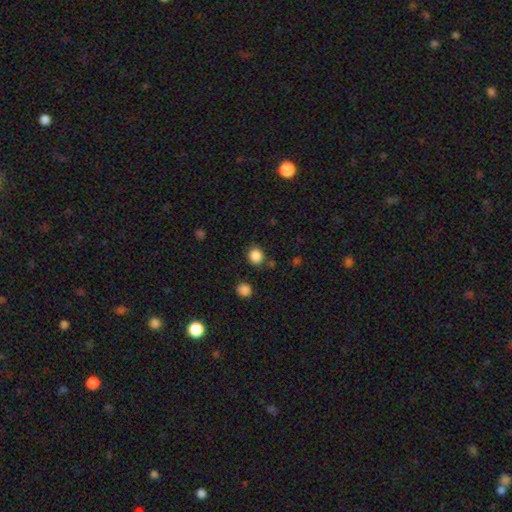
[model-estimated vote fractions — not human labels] Smooth or featured? Predicted: smooth (p=0.86). How rounded? Predicted: round (p=0.84). Merging? Predicted: none (p=0.83).